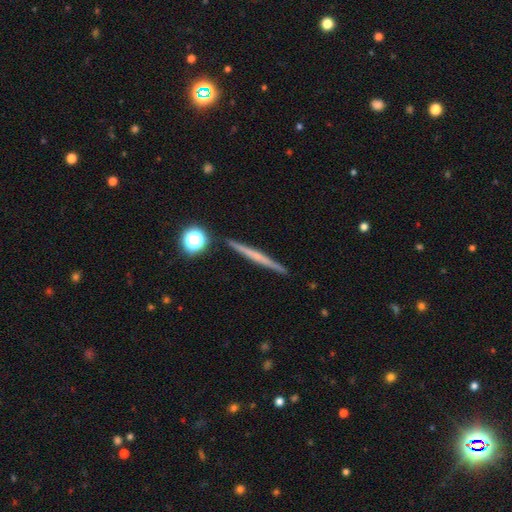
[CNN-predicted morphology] This appears to be a featured or disk galaxy (56%) viewed edge-on (97%) with no central bulge (75%). Merging: none (91%).